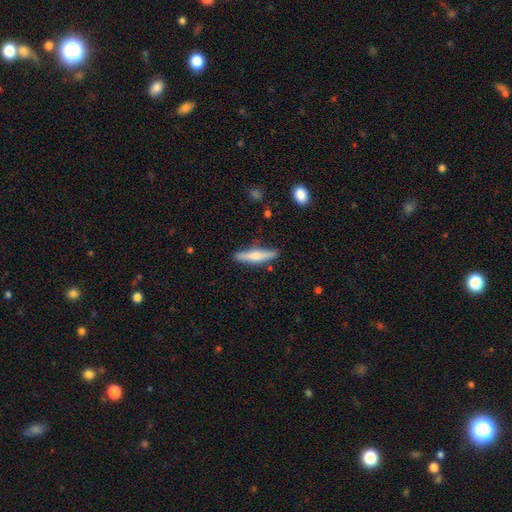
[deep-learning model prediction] The model was most divided on "smooth or featured": smooth: 49%, featured or disk: 45%, star or artifact: 6%. More confident: merging — none (85%).